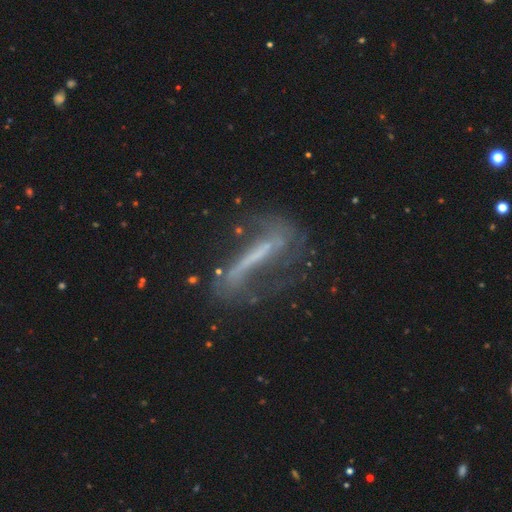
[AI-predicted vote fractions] Smooth or featured? Predicted: featured or disk (p=0.67). Edge-on disk? Predicted: no (p=0.62). Merging? Predicted: none (p=0.50).